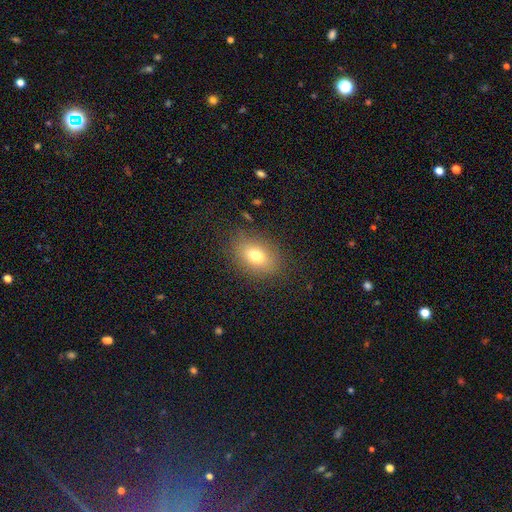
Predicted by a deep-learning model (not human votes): A smooth galaxy with no disk features (75%) that is in between round and cigar-shaped (80%). Merging: none (83%).